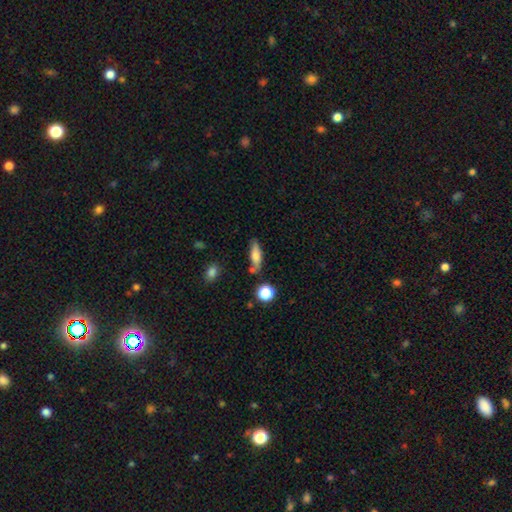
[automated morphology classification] Smooth or featured: smooth — 72% (featured or disk — 20%)
How rounded: cigar-shaped — 50% (in between — 47%)
Merging: none — 68% (minor disturbance — 18%)